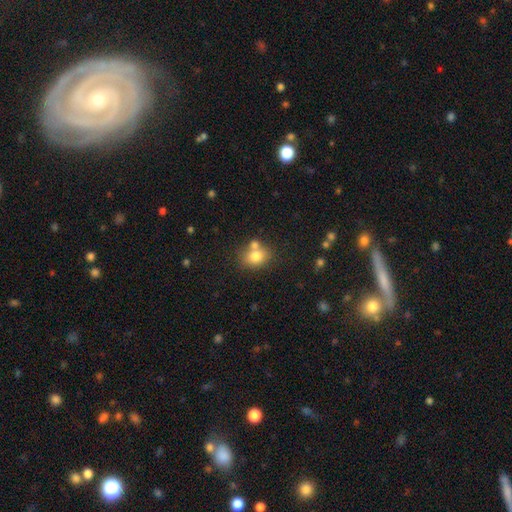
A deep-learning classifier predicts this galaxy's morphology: Smooth or featured: smooth — 78% (featured or disk — 12%)
How rounded: round — 51% (in between — 48%)
Merging: none — 60% (merger — 24%)